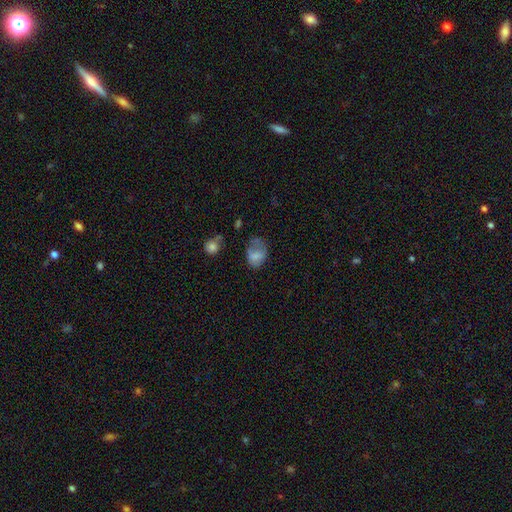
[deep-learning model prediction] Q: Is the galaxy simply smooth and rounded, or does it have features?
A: smooth — 71%.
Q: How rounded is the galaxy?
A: in between — 68%.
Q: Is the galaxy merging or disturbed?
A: none — 40%.